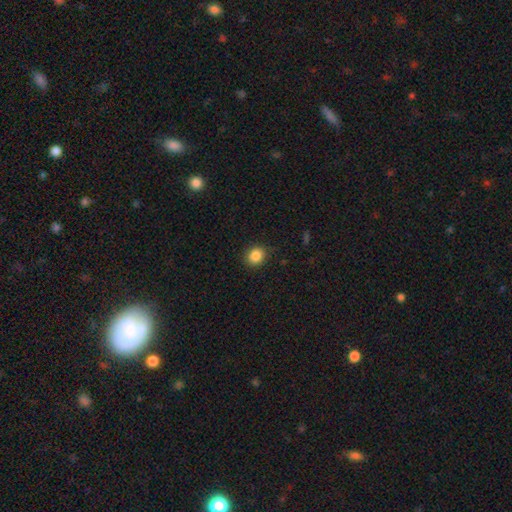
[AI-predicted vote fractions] Q: Smooth or featured?
A: smooth (86%); runner-up: star or artifact (10%)
Q: How rounded?
A: round (72%); runner-up: in between (27%)
Q: Merging?
A: none (87%); runner-up: minor disturbance (10%)